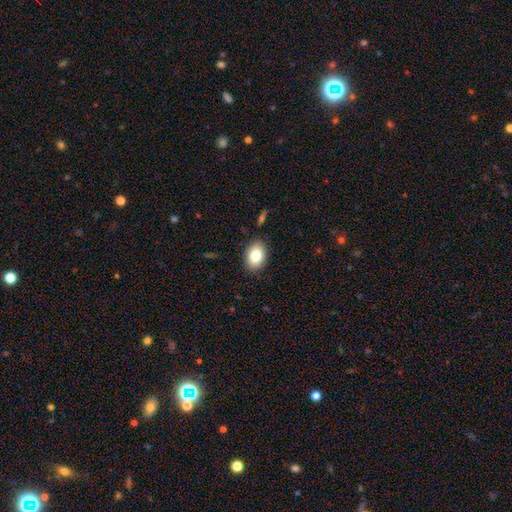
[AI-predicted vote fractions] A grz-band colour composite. It shows a smooth galaxy with no disk features (83%) that is in between round and cigar-shaped (83%). Merging: none (87%).